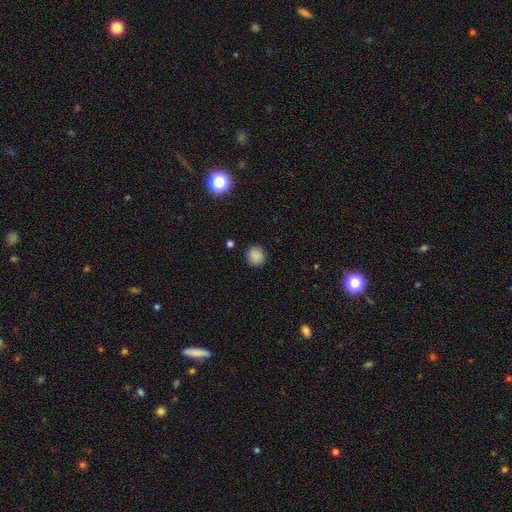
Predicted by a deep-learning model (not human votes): Morphology: type=smooth (86%); roundness=round (90%); merging=none (88%).